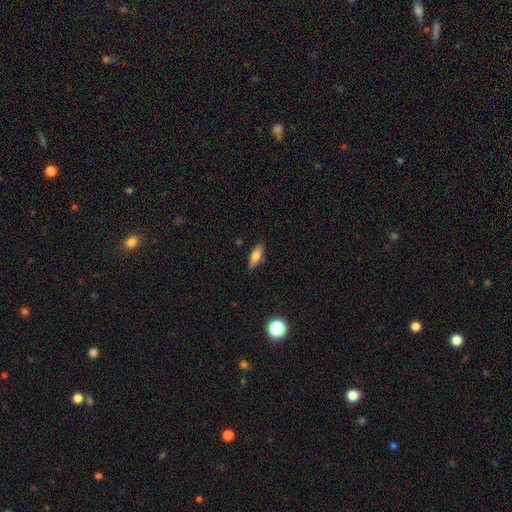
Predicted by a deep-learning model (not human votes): A smooth galaxy with no disk features (75%) that is in between round and cigar-shaped (64%).

Vote fractions:
- Smooth or featured? smooth: 75% / featured or disk: 17% / star or artifact: 8%
- How rounded? in between: 64% / cigar-shaped: 33% / round: 3%
- Merging? none: 84% / minor disturbance: 12% / major disturbance: 2% / merger: 2%